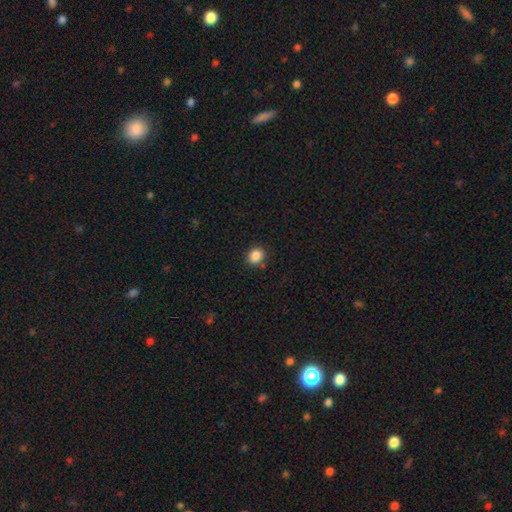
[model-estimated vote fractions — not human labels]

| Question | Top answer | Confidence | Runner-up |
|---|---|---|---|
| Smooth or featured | smooth | 86% | star or artifact (10%) |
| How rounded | round | 68% | in between (31%) |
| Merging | none | 85% | minor disturbance (10%) |